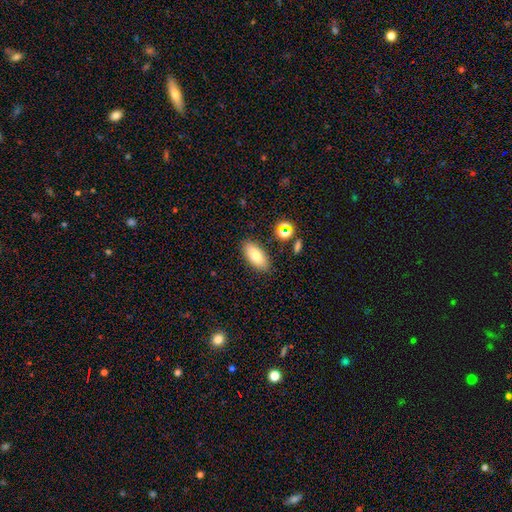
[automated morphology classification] Q: Smooth or featured?
A: smooth (77%); runner-up: featured or disk (14%)
Q: How rounded?
A: in between (86%); runner-up: cigar-shaped (11%)
Q: Merging?
A: none (87%); runner-up: minor disturbance (9%)